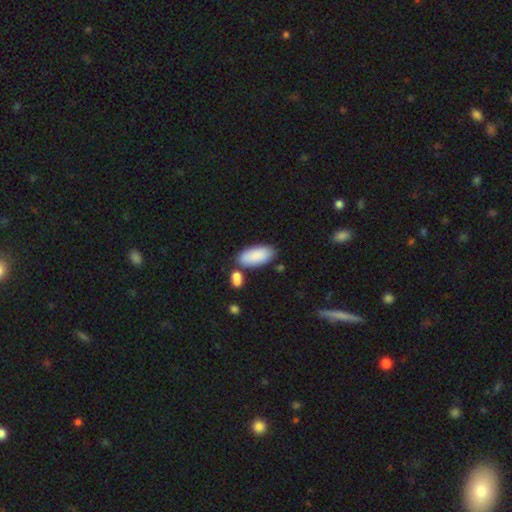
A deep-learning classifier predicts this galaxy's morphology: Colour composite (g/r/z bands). It shows a smooth galaxy with no disk features (87%) that is in between round and cigar-shaped (88%). Merging: none (73%).